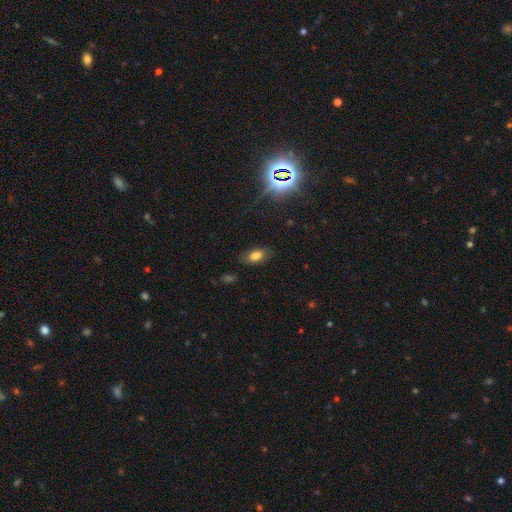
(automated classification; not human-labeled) Morphology: type=smooth (75%); roundness=in between (90%); merging=none (81%).